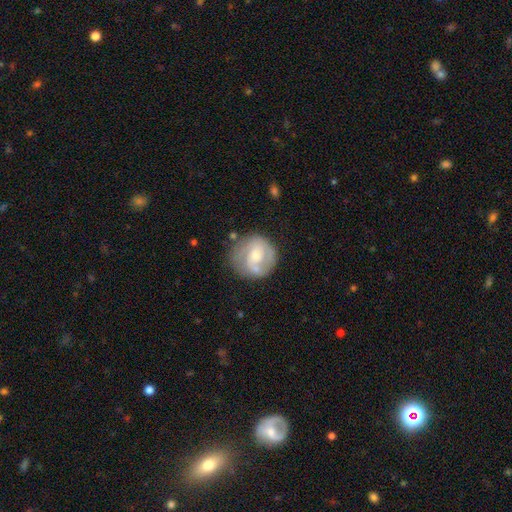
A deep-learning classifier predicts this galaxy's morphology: This appears to be a featured or disk galaxy (62%) with no bar (63%), spiral arms (73%) and a small central bulge (54%). Merging: none (61%).